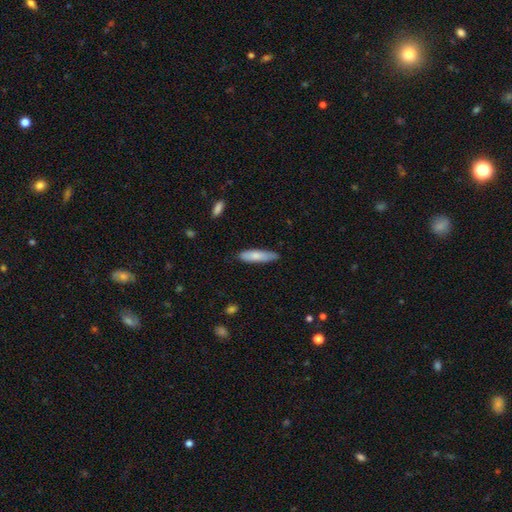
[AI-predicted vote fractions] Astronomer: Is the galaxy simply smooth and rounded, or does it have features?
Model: smooth — 78%.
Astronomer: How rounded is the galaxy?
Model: cigar-shaped — 74%.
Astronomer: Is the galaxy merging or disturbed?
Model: none — 75%.